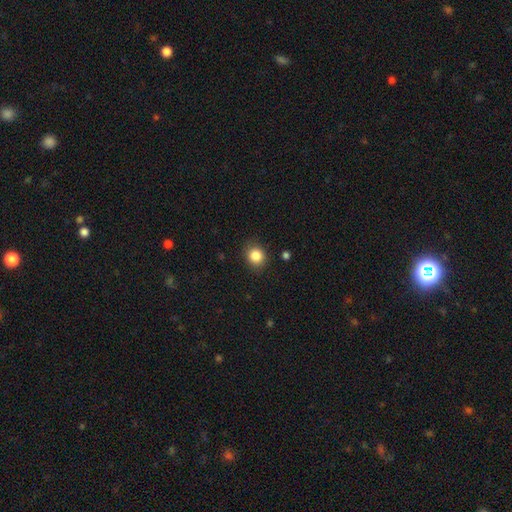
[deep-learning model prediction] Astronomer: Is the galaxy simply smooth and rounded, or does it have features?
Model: smooth — 85%.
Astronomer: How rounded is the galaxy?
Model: round — 77%.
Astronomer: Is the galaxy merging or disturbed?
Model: none — 86%.